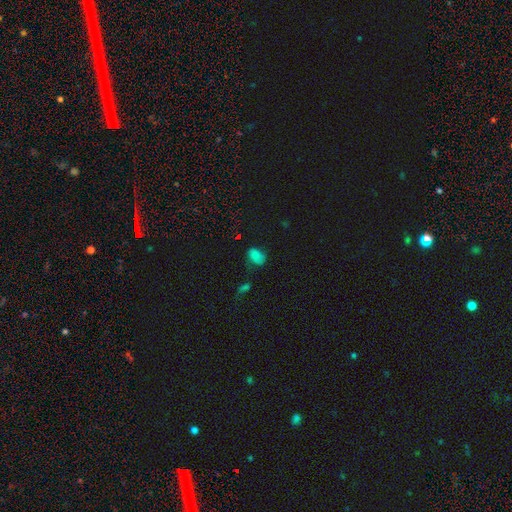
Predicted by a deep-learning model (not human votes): The model was most divided on "merging": none: 53%, minor disturbance: 28%, major disturbance: 12%, merger: 7%. More confident: how rounded — in between (84%); smooth or featured — smooth (72%).